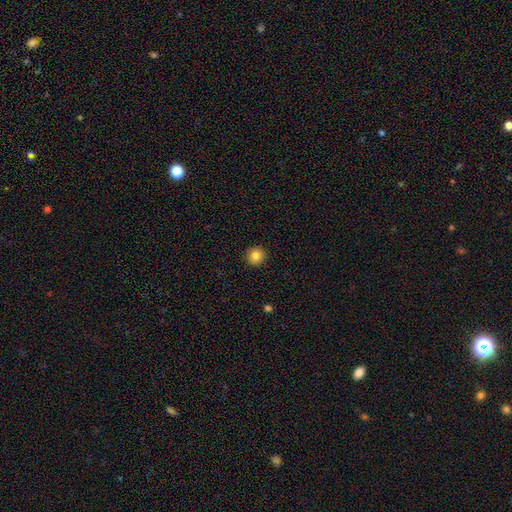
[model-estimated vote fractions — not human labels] Smooth or featured? Predicted: smooth (p=0.83). How rounded? Predicted: round (p=0.95). Merging? Predicted: none (p=0.93).